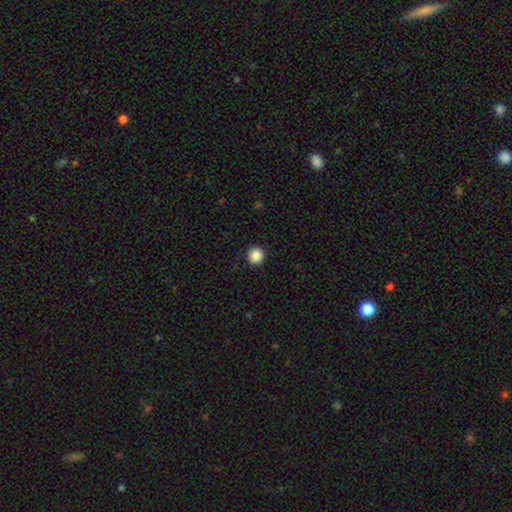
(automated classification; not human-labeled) Overall: smooth (87%). How rounded: round (94%). Merging: none (93%).